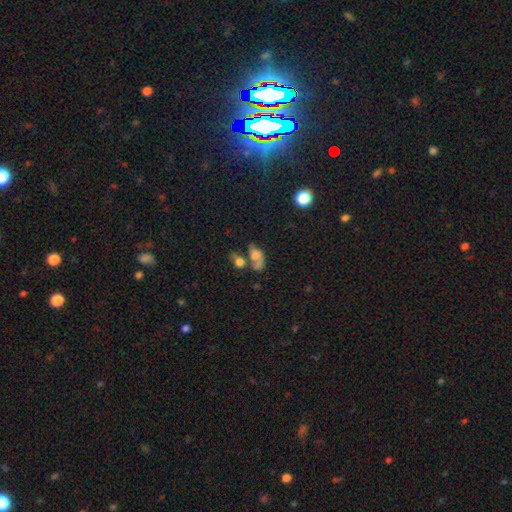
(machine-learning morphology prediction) Overall: smooth (50%; featured or disk 35%). Merging: merger (47%; none 24%).